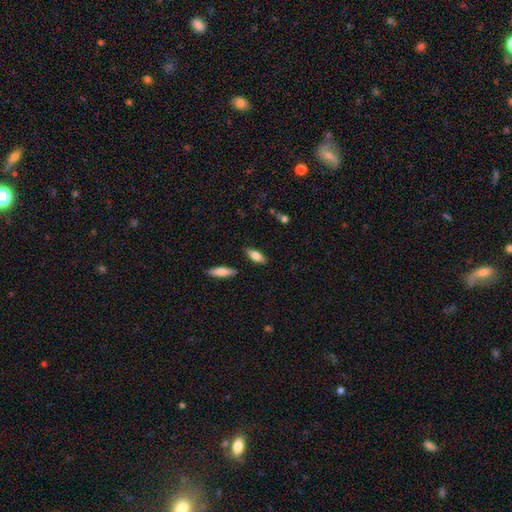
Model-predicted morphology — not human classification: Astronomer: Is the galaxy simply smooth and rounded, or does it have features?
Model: smooth — 77%.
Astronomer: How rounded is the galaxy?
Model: in between — 79%.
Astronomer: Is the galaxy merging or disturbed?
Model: none — 85%.